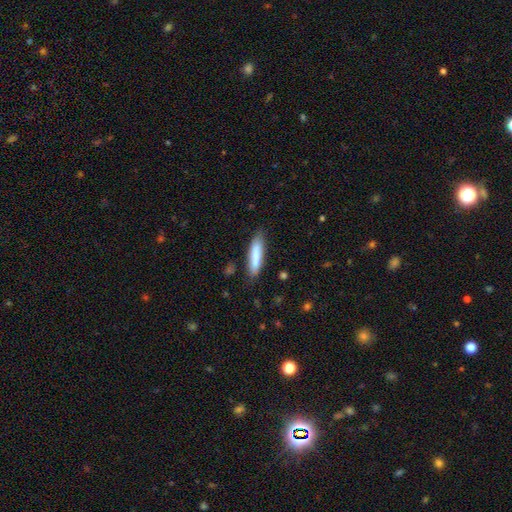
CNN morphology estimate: type=smooth (82%); roundness=cigar-shaped (76%); merging=none (81%).